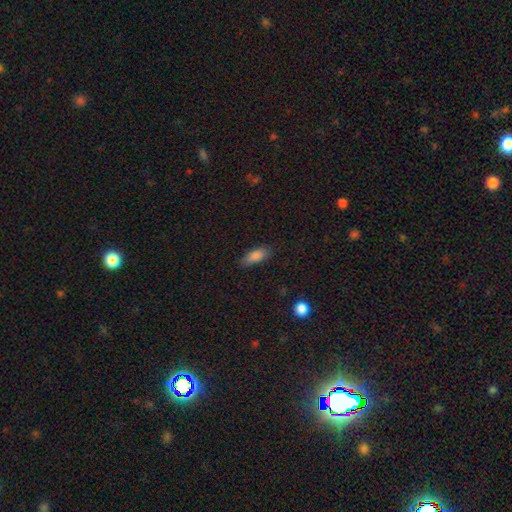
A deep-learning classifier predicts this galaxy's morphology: smooth 84%, star or artifact 8%, featured or disk 8%. Down the decision tree: how rounded — in between (78%); merging — none (81%).